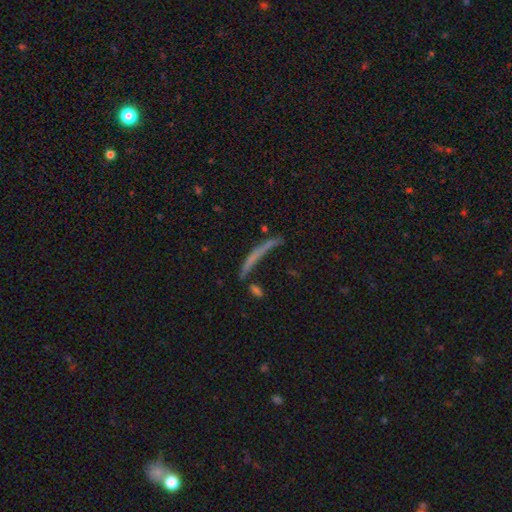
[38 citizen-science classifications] This appears to be a smooth galaxy with no disk features (53%) that is cigar-shaped (90%). Merging: none (58%).